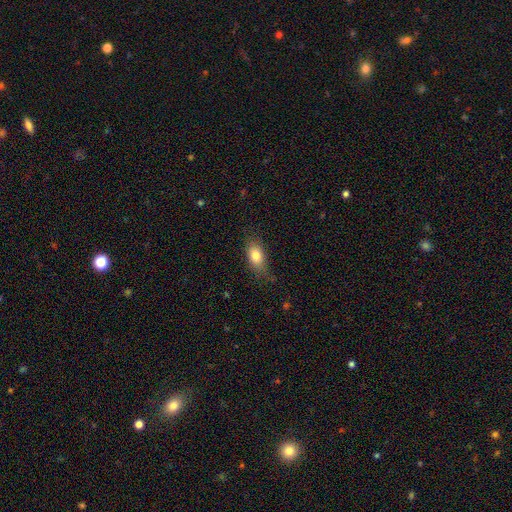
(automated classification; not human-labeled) A smooth galaxy with no disk features (81%) that is in between round and cigar-shaped (84%).

Vote fractions:
- Smooth or featured? smooth: 81% / featured or disk: 11% / star or artifact: 8%
- How rounded? in between: 84% / round: 10% / cigar-shaped: 6%
- Merging? none: 72% / minor disturbance: 21% / major disturbance: 6% / merger: 1%